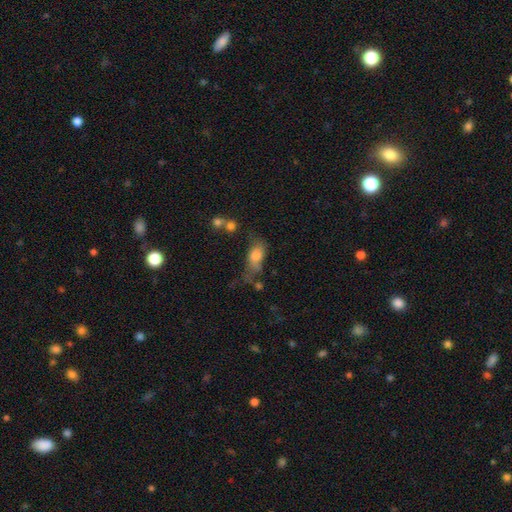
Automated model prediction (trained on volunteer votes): A smooth galaxy with no disk features (70%) that is in between round and cigar-shaped (79%). Merging: none (31%).